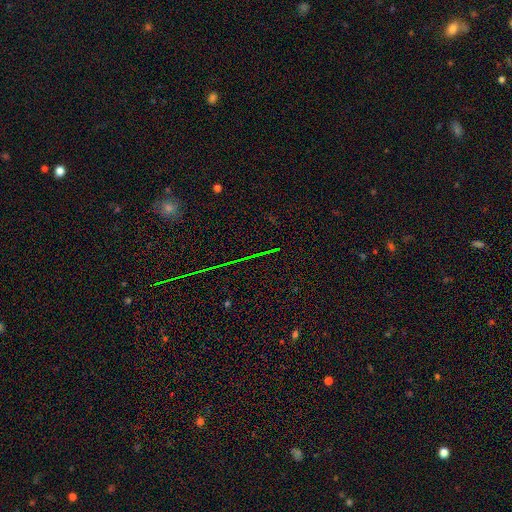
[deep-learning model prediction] star or artifact 80%, featured or disk 11%, smooth 9%.